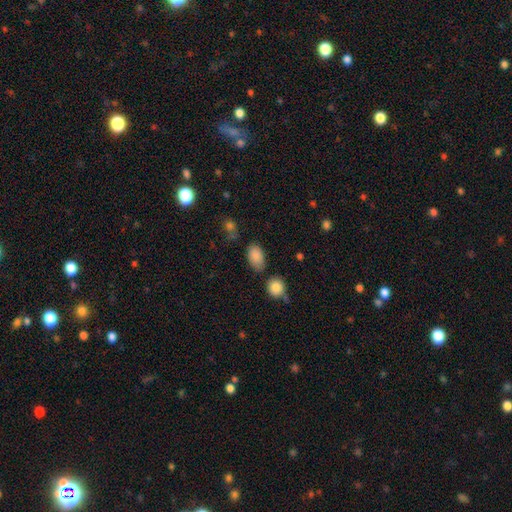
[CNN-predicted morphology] Smooth or featured: smooth — 86% (star or artifact — 8%)
How rounded: in between — 92% (round — 6%)
Merging: none — 73% (minor disturbance — 17%)